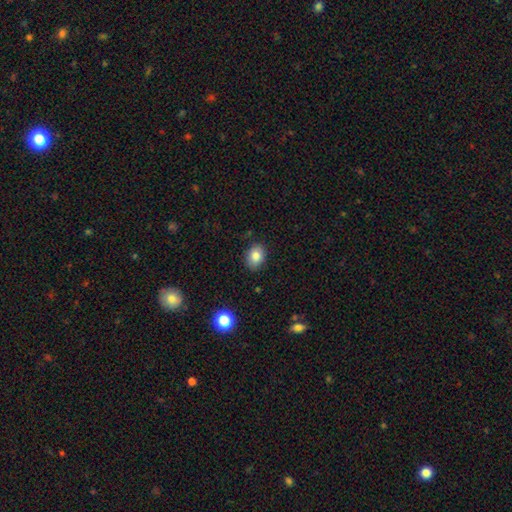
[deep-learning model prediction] Smooth or featured?
  - smooth: 83% *
  - star or artifact: 9%
  - featured or disk: 7%
How rounded?
  - in between: 65% *
  - round: 34%
  - cigar-shaped: 1%
Merging?
  - none: 85% *
  - minor disturbance: 11%
  - major disturbance: 2%
  - merger: 1%